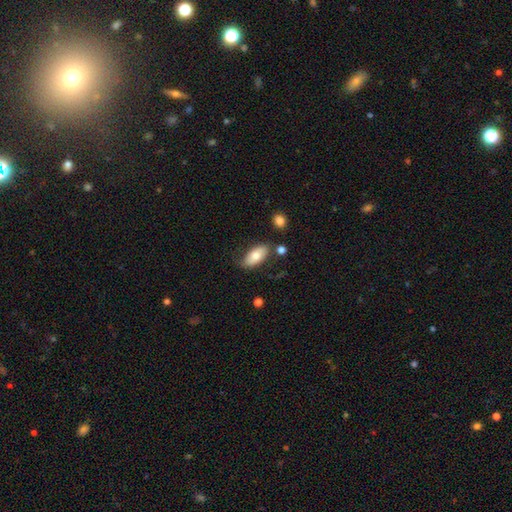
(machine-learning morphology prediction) A smooth galaxy with no disk features (73%) that is in between round and cigar-shaped (91%). Merging: none (69%).